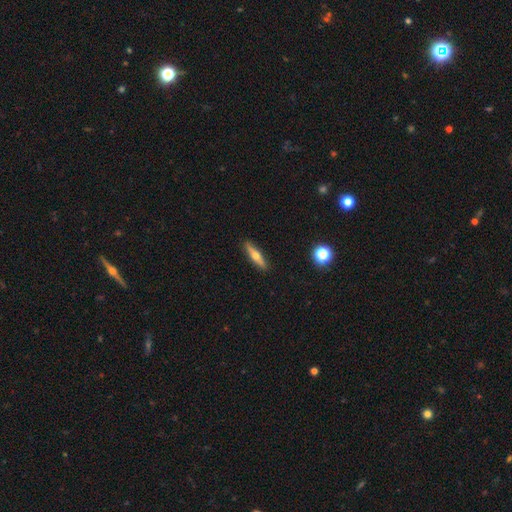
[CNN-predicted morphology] Smooth or featured?
  - featured or disk: 51% *
  - smooth: 42%
  - star or artifact: 7%
Edge-on disk?
  - yes: 92% *
  - no: 8%
Merging?
  - none: 90% *
  - minor disturbance: 7%
  - major disturbance: 2%
  - merger: 1%